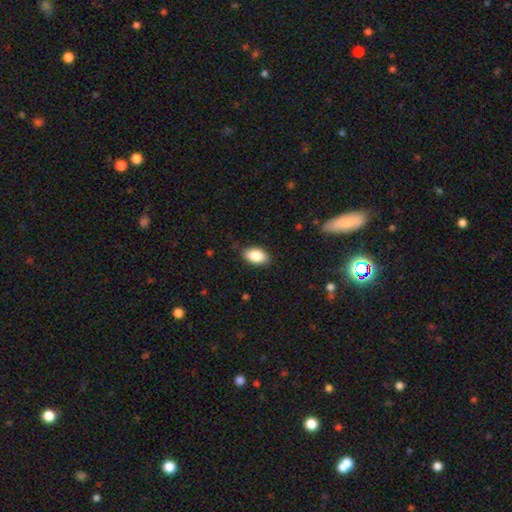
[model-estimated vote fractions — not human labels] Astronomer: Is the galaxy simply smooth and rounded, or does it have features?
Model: smooth — 87%.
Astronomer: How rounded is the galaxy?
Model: in between — 93%.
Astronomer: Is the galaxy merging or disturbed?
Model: none — 85%.